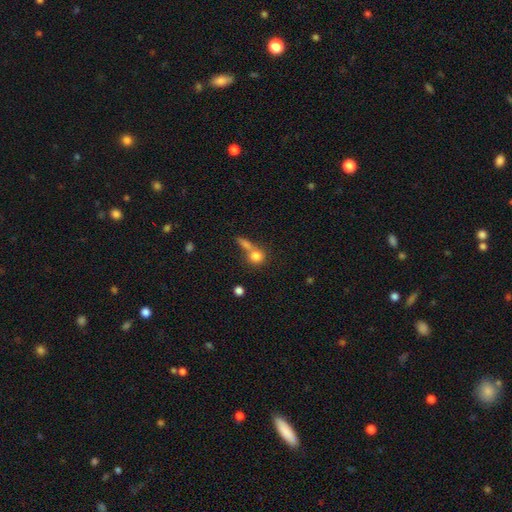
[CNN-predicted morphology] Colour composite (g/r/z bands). It shows a smooth galaxy with no disk features (80%) that is round (79%). Merging: none (44%).